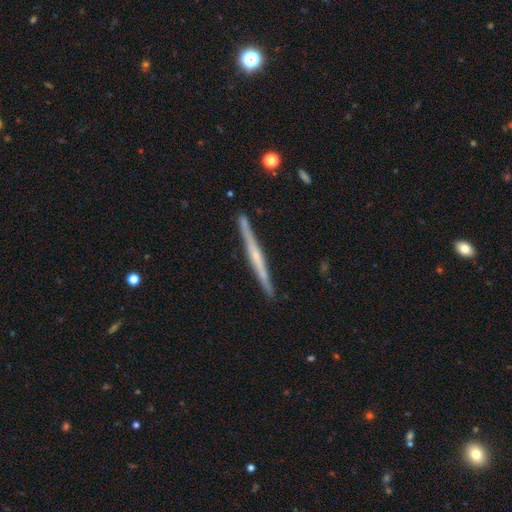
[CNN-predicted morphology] This is likely a featured or disk galaxy (69%). It is clearly viewed edge-on (98%). Edge-on bulge: possibly none (51%). Merging: clearly none (89%).